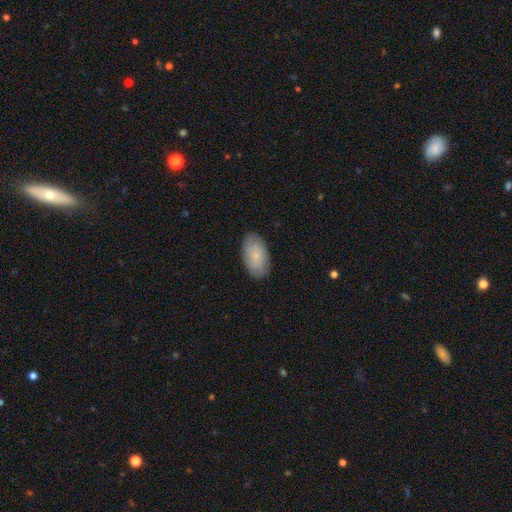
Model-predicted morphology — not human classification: Overall: smooth (73%). How rounded: in between (94%). Merging: none (84%).